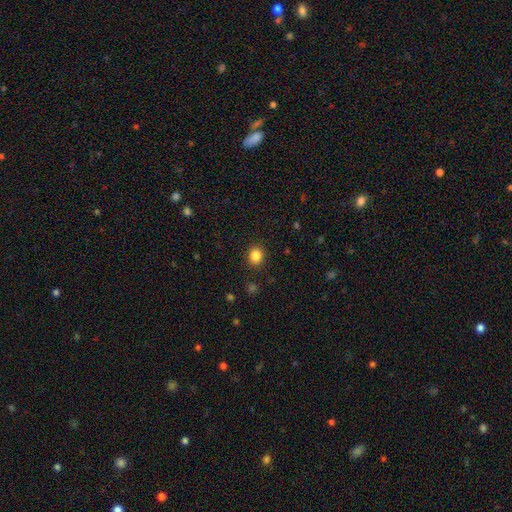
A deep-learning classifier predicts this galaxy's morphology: smooth 85%, star or artifact 11%, featured or disk 4%. Down the decision tree: how rounded — round (72%); merging — none (89%).